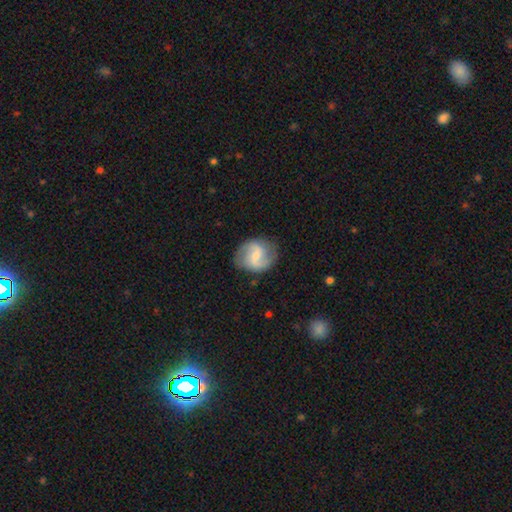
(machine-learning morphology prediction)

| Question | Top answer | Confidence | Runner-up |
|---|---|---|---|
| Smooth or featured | featured or disk | 77% | smooth (17%) |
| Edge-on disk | no | 98% | yes (2%) |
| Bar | weak | 56% | no (24%) |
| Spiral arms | yes | 94% | no (6%) |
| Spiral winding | medium | 45% | loose (40%) |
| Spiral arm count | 2 | 90% | can't tell (4%) |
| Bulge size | small | 56% | moderate (34%) |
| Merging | none | 81% | minor disturbance (13%) |